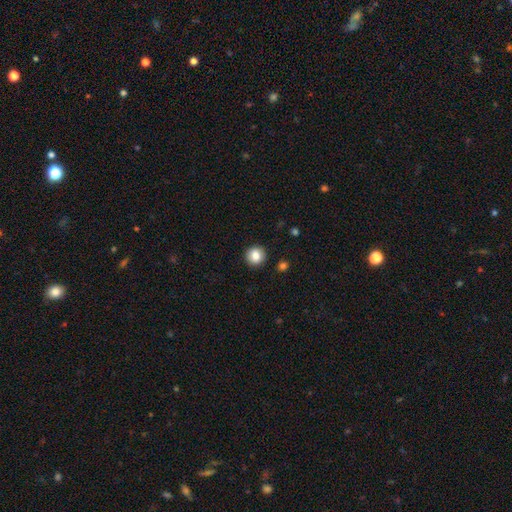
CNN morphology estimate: Q: Smooth or featured?
A: smooth (83%); runner-up: star or artifact (9%)
Q: How rounded?
A: round (93%); runner-up: in between (6%)
Q: Merging?
A: none (92%); runner-up: minor disturbance (5%)